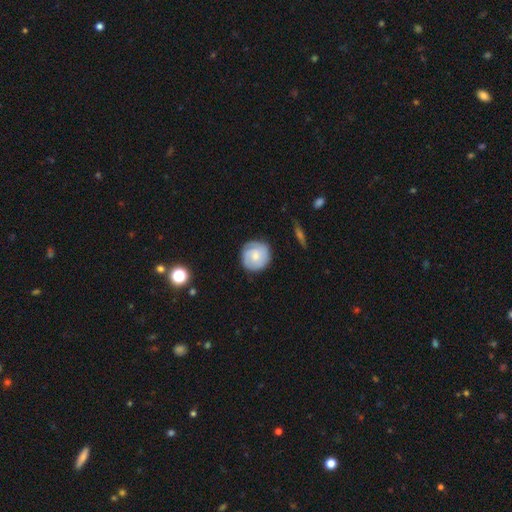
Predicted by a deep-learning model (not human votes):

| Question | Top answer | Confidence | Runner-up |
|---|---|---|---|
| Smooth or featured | smooth | 48% | featured or disk (45%) |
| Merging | none | 81% | minor disturbance (14%) |